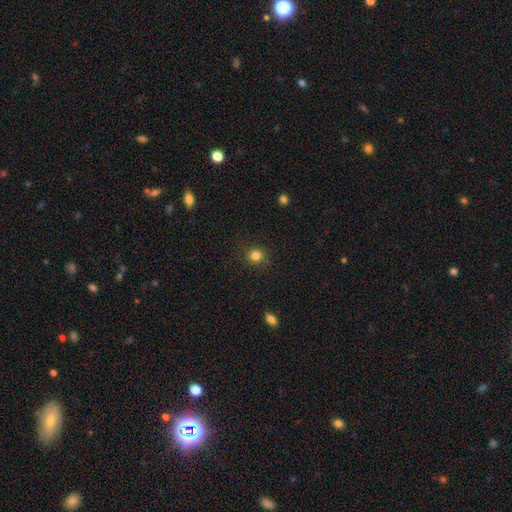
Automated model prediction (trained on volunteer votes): smooth-or-featured: smooth: 83% | star or artifact: 13% | featured or disk: 5%
  how-rounded: round: 91% | in between: 8% | cigar-shaped: 1%
  merging: none: 89% | minor disturbance: 7% | major disturbance: 3% | merger: 1%